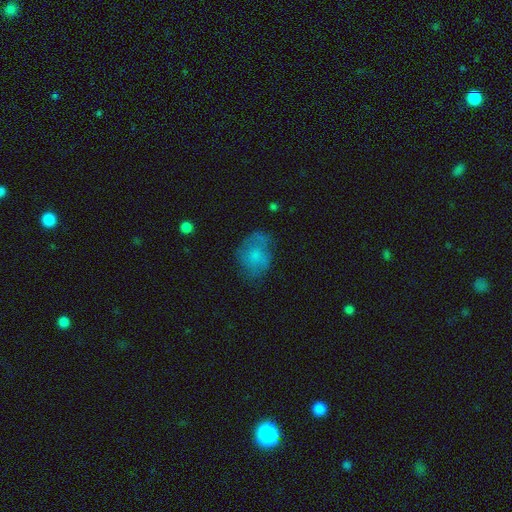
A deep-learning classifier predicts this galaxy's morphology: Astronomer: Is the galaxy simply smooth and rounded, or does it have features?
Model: smooth — 62%.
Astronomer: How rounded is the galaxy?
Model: in between — 59% (runner-up: round, 40%).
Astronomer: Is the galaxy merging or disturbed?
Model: none — 52% (runner-up: minor disturbance, 28%).